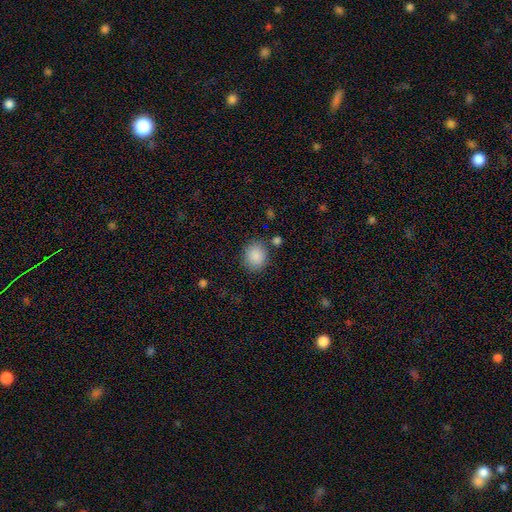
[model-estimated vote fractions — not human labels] A smooth galaxy with no disk features (88%) that is round (75%).

Vote fractions:
- Smooth or featured? smooth: 88% / star or artifact: 8% / featured or disk: 4%
- How rounded? round: 75% / in between: 24% / cigar-shaped: 1%
- Merging? none: 81% / minor disturbance: 11% / merger: 4% / major disturbance: 4%